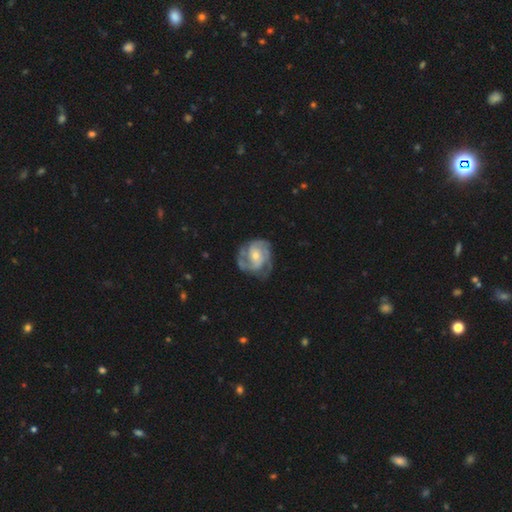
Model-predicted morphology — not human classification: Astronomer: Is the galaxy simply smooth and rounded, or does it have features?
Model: featured or disk — 85%.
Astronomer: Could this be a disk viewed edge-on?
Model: no — 98%.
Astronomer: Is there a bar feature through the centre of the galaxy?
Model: no — 59%.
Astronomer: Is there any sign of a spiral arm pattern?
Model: yes — 95%.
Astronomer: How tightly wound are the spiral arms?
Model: tight — 46% (runner-up: medium, 43%).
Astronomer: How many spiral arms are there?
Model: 2 — 39% (runner-up: 3, 29%).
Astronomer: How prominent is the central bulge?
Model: small — 49% (runner-up: moderate, 46%).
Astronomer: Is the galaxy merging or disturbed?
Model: none — 64%.